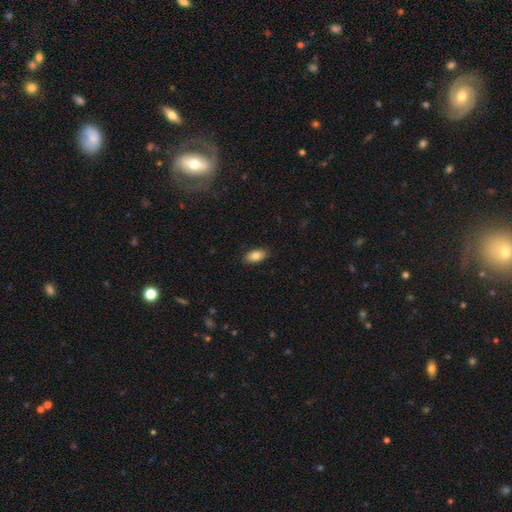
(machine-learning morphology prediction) Smooth or featured: smooth — 83% (featured or disk — 10%)
How rounded: in between — 91% (cigar-shaped — 5%)
Merging: none — 88% (minor disturbance — 9%)